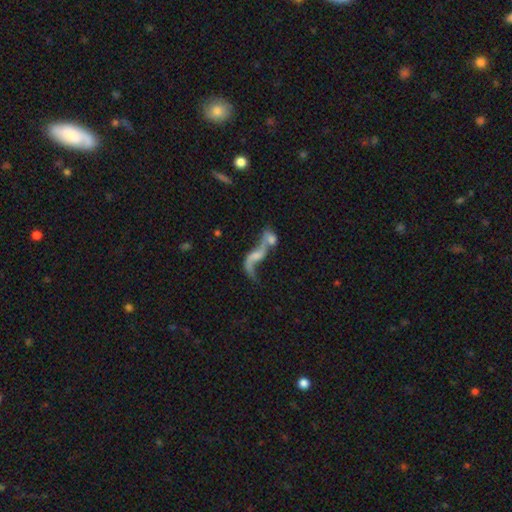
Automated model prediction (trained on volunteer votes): featured or disk 61%, smooth 24%, star or artifact 15%. Down the decision tree: edge-on disk — no (85%); bar — no (66%); spiral arms — yes (60%); bulge size — none (40%); merging — merger (58%).